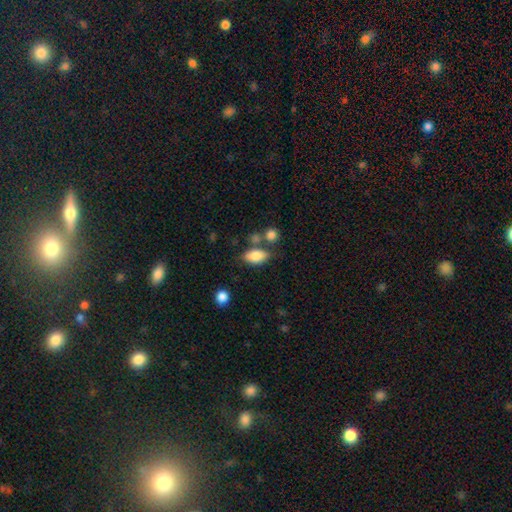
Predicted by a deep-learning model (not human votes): Q: Smooth or featured?
A: smooth (83%); runner-up: featured or disk (9%)
Q: How rounded?
A: in between (89%); runner-up: round (7%)
Q: Merging?
A: none (61%); runner-up: merger (17%)